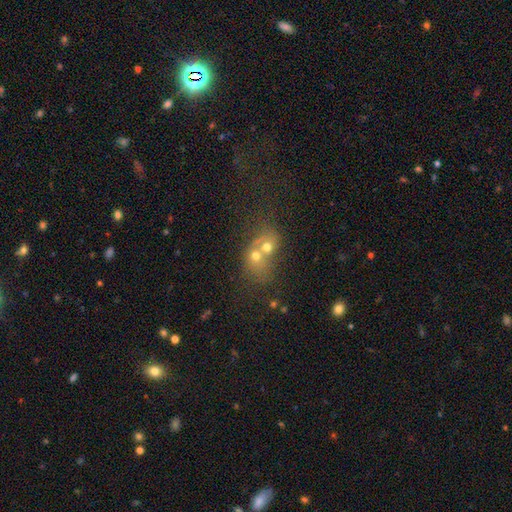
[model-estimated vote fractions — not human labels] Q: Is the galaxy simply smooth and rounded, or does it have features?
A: smooth — 57%.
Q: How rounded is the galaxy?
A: round — 55%.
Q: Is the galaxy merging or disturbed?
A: merger — 76%.